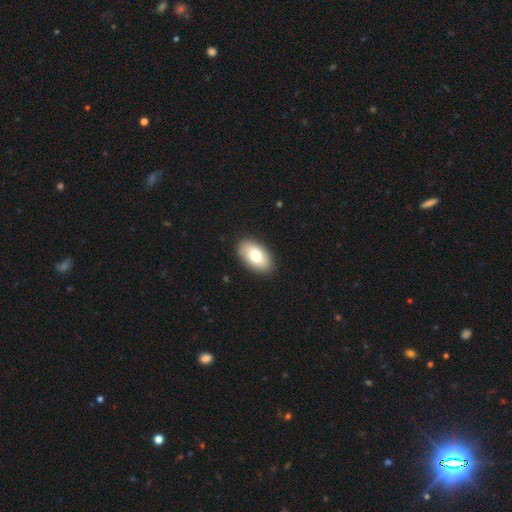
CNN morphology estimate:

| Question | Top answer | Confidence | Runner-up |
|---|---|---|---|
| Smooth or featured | smooth | 75% | featured or disk (18%) |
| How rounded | in between | 94% | round (5%) |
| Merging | none | 89% | minor disturbance (8%) |